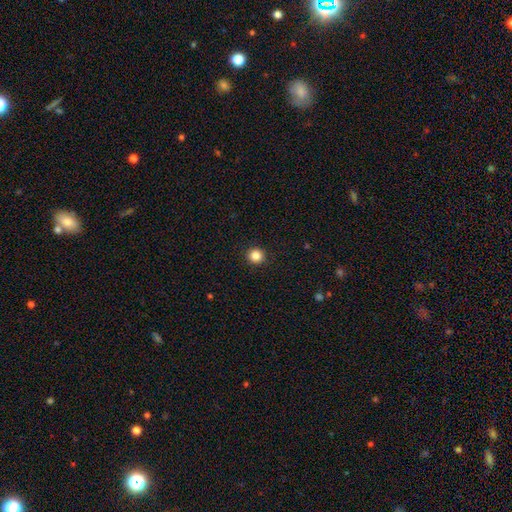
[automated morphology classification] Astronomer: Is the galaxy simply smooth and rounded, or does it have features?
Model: smooth — 86%.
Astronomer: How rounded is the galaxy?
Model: round — 94%.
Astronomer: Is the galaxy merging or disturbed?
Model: none — 93%.